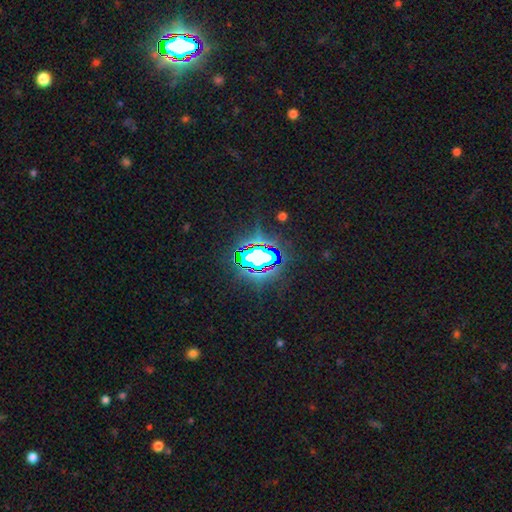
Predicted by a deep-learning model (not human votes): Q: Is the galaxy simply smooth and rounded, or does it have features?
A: star or artifact — 74%.